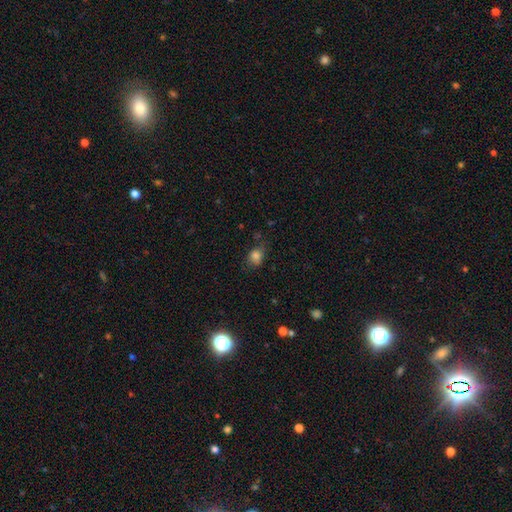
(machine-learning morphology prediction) Q: Smooth or featured?
A: smooth (81%); runner-up: star or artifact (11%)
Q: How rounded?
A: in between (51%); runner-up: round (47%)
Q: Merging?
A: none (59%); runner-up: minor disturbance (28%)